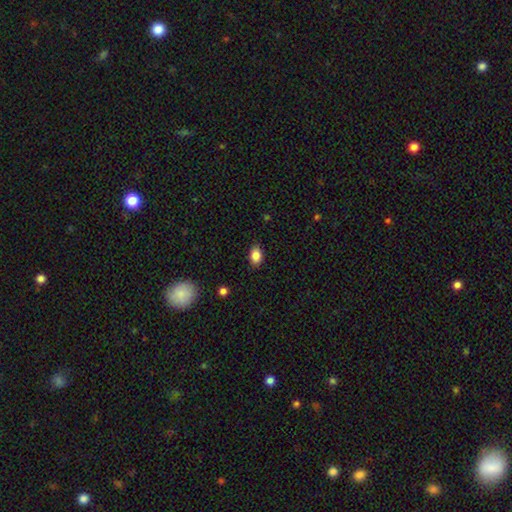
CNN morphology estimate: type=smooth (86%); roundness=in between (82%); merging=none (85%).